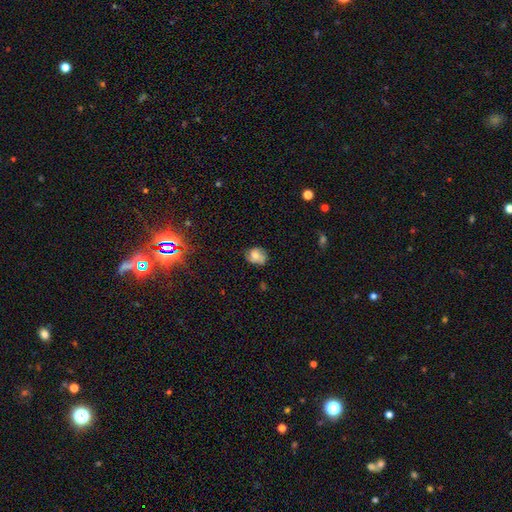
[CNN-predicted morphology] smooth 65%, featured or disk 24%, star or artifact 11%. Down the decision tree: how rounded — round (54%); merging — none (60%).